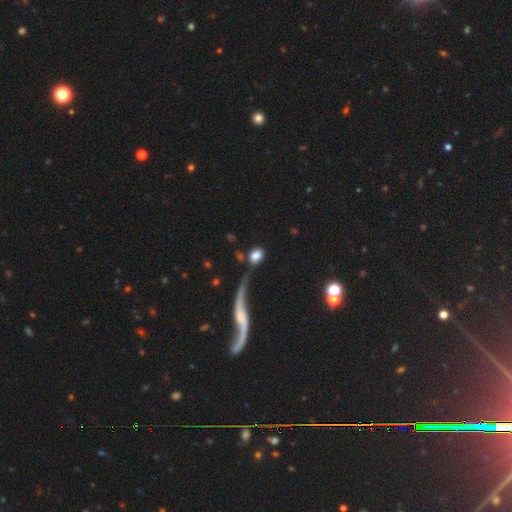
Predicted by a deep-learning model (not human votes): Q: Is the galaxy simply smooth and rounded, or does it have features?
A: smooth — 81%.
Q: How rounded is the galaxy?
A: in between — 63%.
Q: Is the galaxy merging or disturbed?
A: none — 48%.